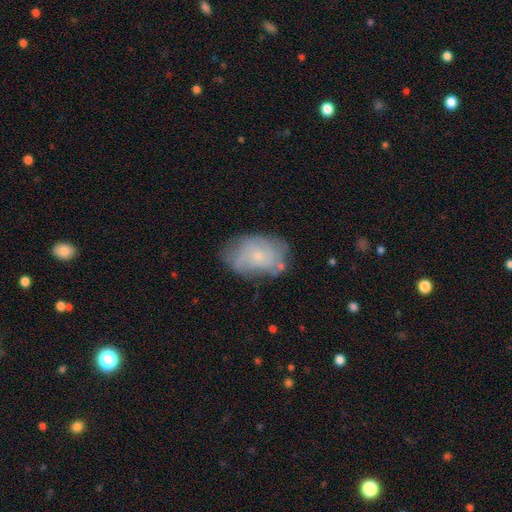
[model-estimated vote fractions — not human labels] smooth-or-featured: featured or disk: 48% | smooth: 43% | star or artifact: 9%
  merging: none: 61% | minor disturbance: 26% | major disturbance: 9% | merger: 3%